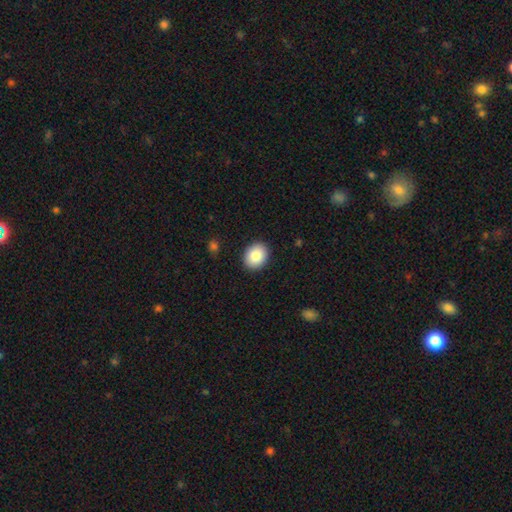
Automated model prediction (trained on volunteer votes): Morphology: type=smooth (86%); roundness=round (54%); merging=none (90%).